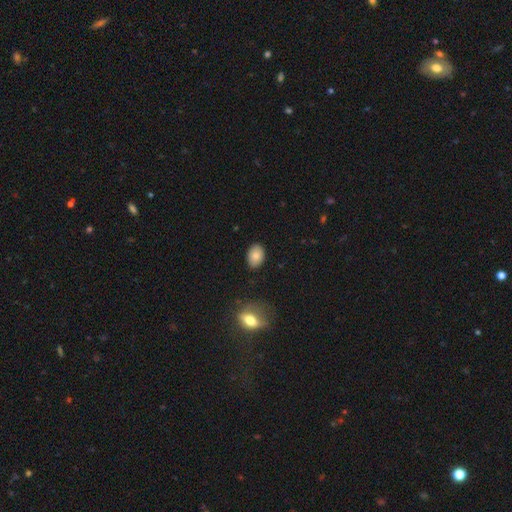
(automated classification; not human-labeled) smooth-or-featured: smooth: 83% | featured or disk: 9% | star or artifact: 8%
  how-rounded: in between: 83% | round: 15% | cigar-shaped: 1%
  merging: none: 85% | minor disturbance: 11% | major disturbance: 2% | merger: 1%